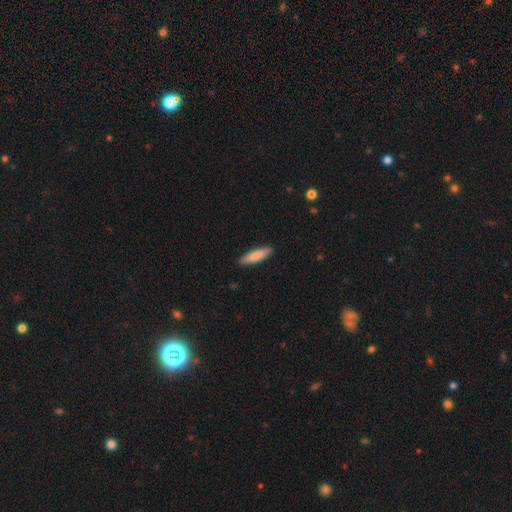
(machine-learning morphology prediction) Smooth or featured?
  - smooth: 85% *
  - featured or disk: 10%
  - star or artifact: 5%
How rounded?
  - cigar-shaped: 72% *
  - in between: 27%
  - round: 1%
Merging?
  - none: 90% *
  - minor disturbance: 8%
  - major disturbance: 2%
  - merger: 1%